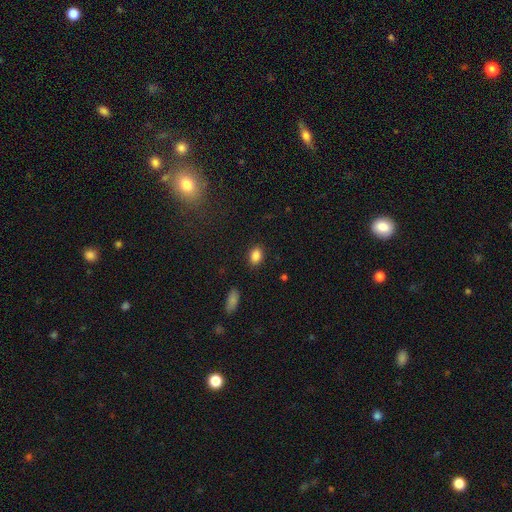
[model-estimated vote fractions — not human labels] Smooth or featured: smooth — 86% (star or artifact — 9%)
How rounded: in between — 76% (round — 22%)
Merging: none — 87% (minor disturbance — 9%)